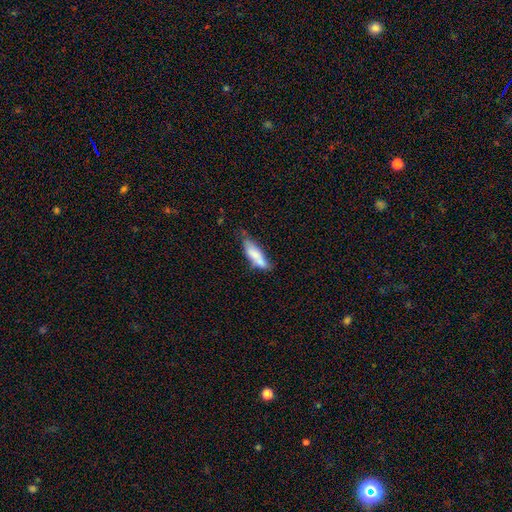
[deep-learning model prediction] Overall: smooth (73%). How rounded: cigar-shaped (51%; in between 47%). Merging: none (43%; minor disturbance 31%).